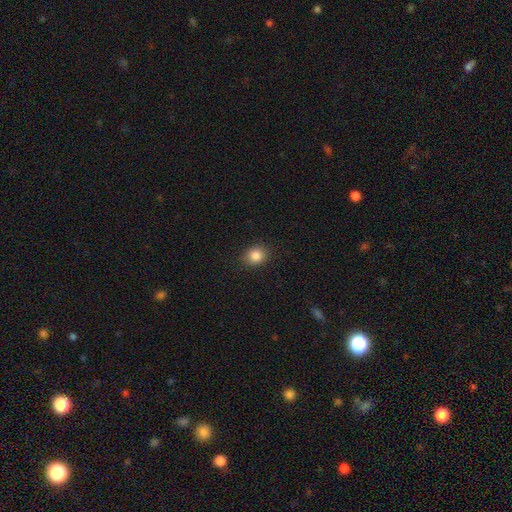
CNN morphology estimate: This is clearly a smooth galaxy (85%). How rounded: likely round (68%). Merging: clearly none (88%).